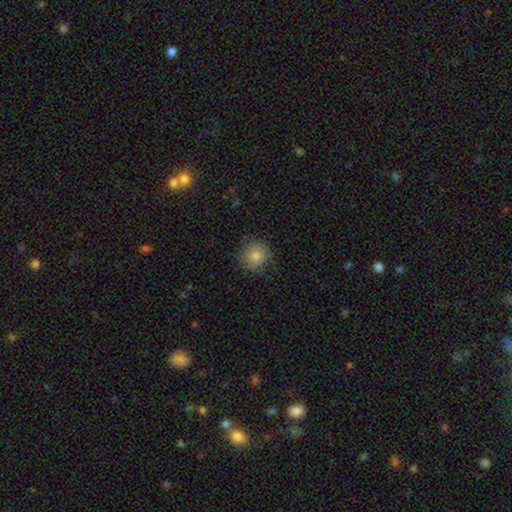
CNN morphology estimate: smooth 81%, star or artifact 10%, featured or disk 9%. Down the decision tree: how rounded — round (92%); merging — none (85%).